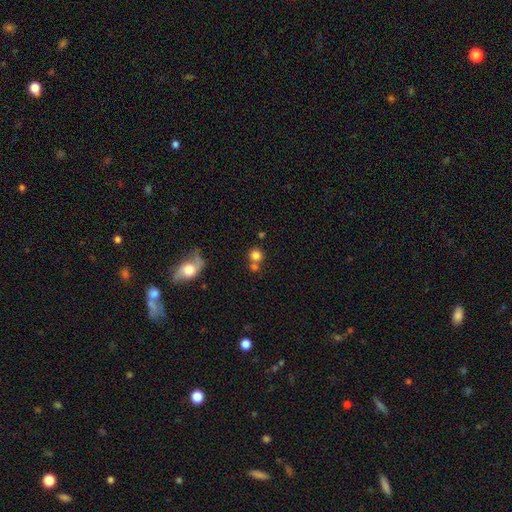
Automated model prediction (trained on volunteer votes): Smooth or featured? smooth (79%)
How rounded? round (90%)
Merging? none (57%)